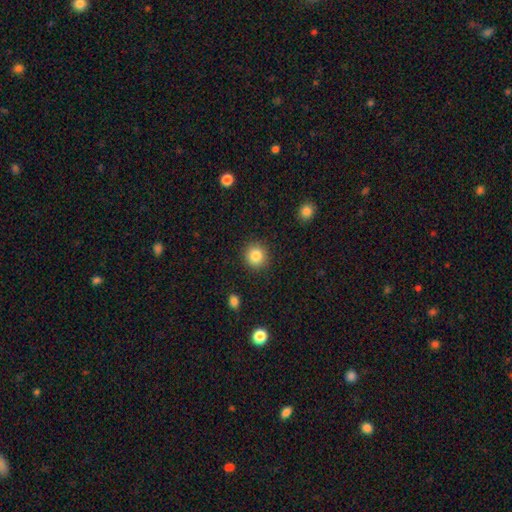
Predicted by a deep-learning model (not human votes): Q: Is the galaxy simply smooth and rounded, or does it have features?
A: smooth — 85%.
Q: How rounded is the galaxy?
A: round — 91%.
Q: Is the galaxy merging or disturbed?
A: none — 90%.